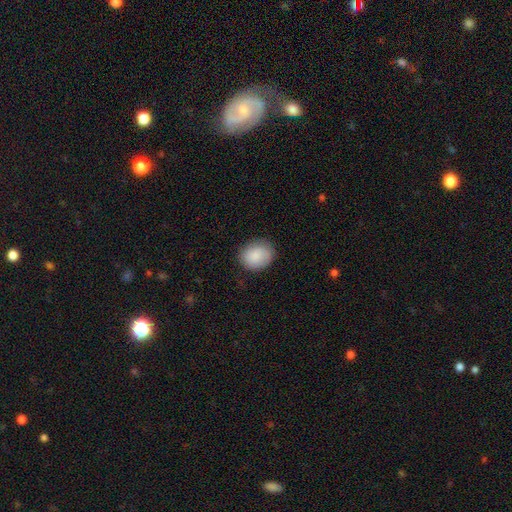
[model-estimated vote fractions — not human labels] smooth 87%, star or artifact 7%, featured or disk 6%. Down the decision tree: how rounded — round (60%); merging — none (83%).